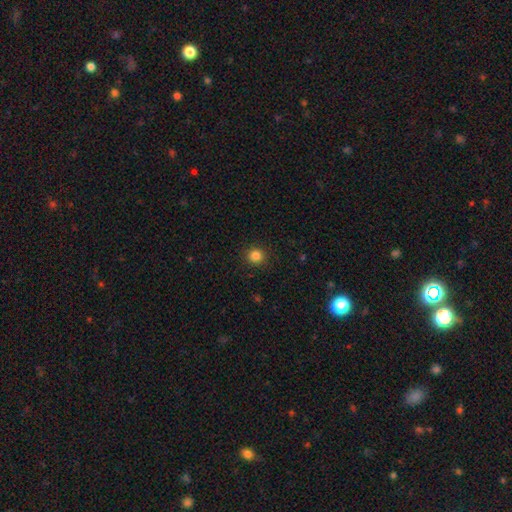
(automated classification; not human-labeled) A smooth galaxy with no disk features (84%) that is round (92%). Merging: none (91%).